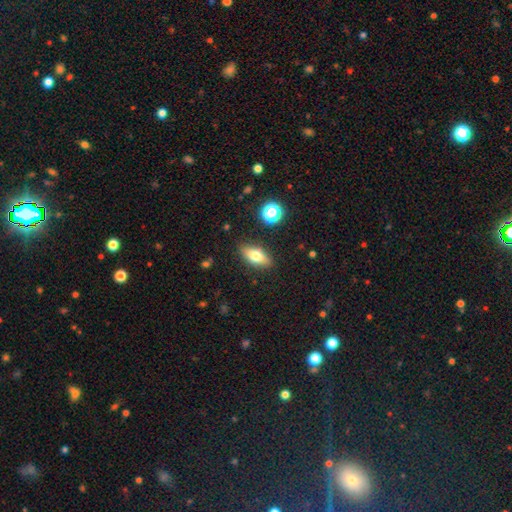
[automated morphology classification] Q: Smooth or featured?
A: smooth (66%); runner-up: featured or disk (25%)
Q: How rounded?
A: in between (78%); runner-up: cigar-shaped (16%)
Q: Merging?
A: none (85%); runner-up: minor disturbance (10%)